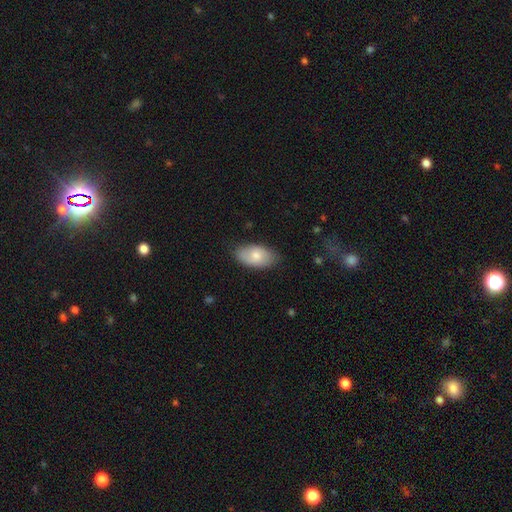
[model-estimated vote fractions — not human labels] Smooth or featured? smooth (74%)
How rounded? in between (94%)
Merging? none (78%)